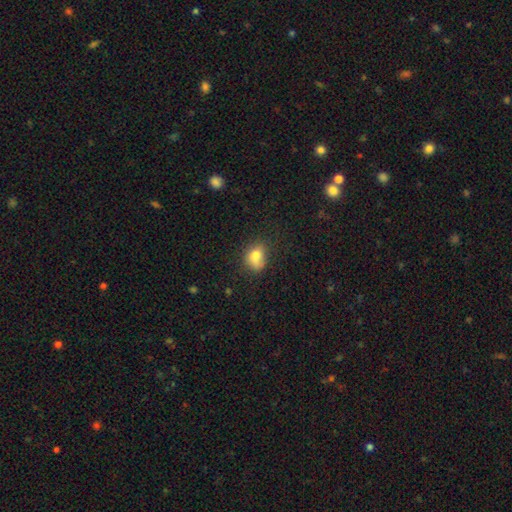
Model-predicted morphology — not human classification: Smooth or featured? smooth (77%)
How rounded? in between (58%)
Merging? none (56%)